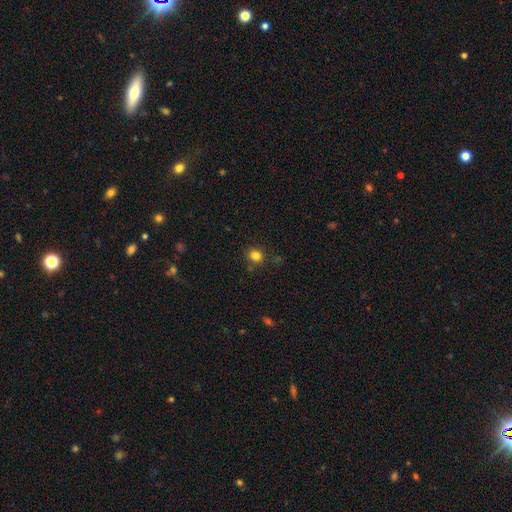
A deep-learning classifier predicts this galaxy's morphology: type=smooth (81%); roundness=round (81%); merging=none (84%).